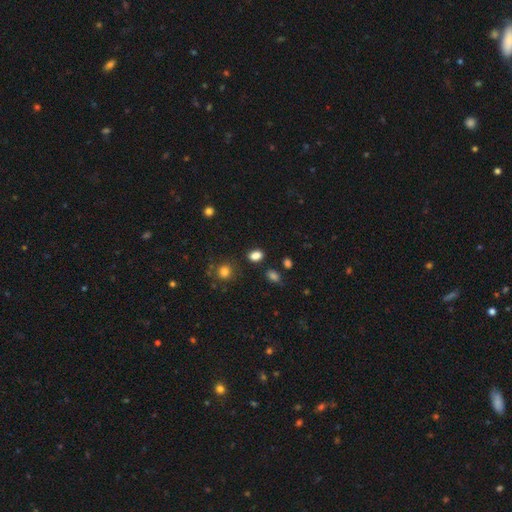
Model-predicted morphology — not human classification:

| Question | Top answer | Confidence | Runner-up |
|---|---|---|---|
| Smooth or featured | smooth | 83% | star or artifact (13%) |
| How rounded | in between | 77% | round (22%) |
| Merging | none | 81% | minor disturbance (11%) |